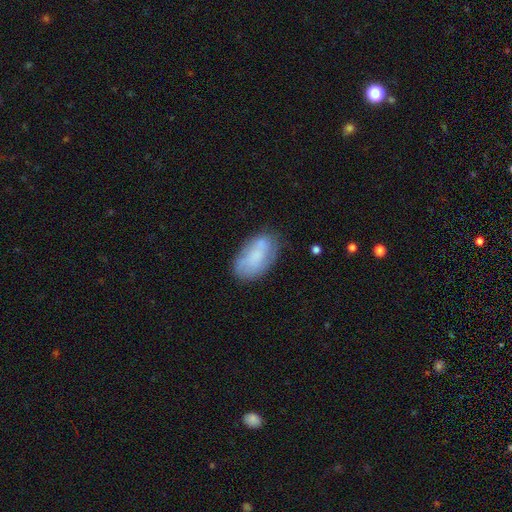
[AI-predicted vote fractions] A smooth galaxy with no disk features (62%) that is in between round and cigar-shaped (93%). Merging: none (61%).